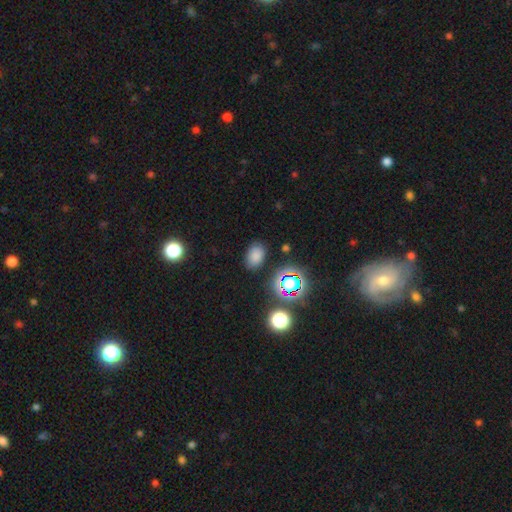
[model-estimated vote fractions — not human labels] Morphology: type=smooth (76%); roundness=in between (81%); merging=none (83%).